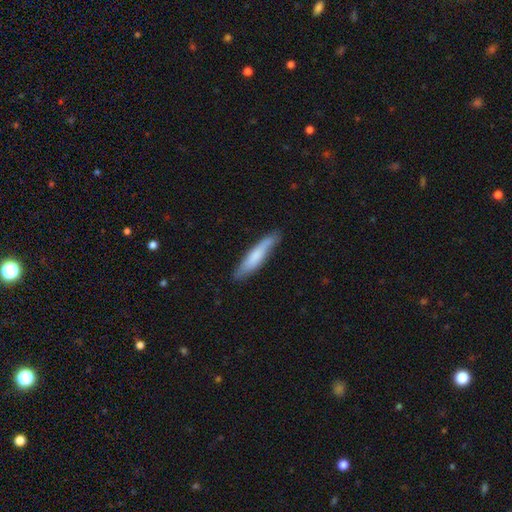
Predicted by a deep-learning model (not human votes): smooth 66%, featured or disk 28%, star or artifact 6%. Down the decision tree: how rounded — cigar-shaped (88%); merging — none (79%).